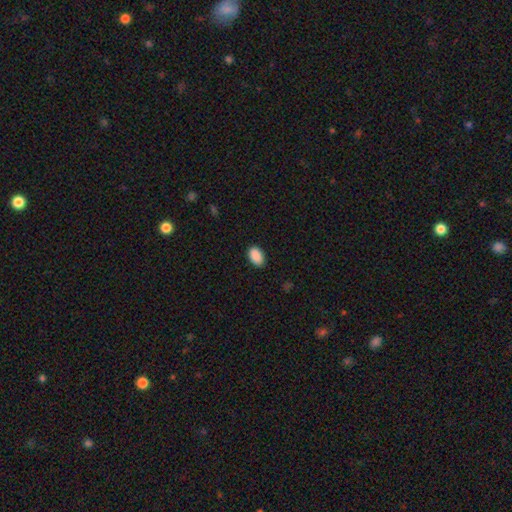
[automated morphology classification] Smooth or featured? smooth (90%)
How rounded? in between (90%)
Merging? none (86%)